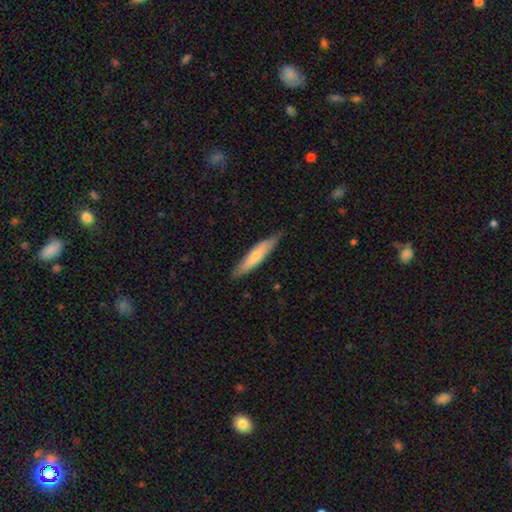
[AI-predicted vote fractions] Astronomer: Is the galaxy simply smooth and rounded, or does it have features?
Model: smooth — 63%.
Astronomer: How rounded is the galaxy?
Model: cigar-shaped — 86%.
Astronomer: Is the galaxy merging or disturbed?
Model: none — 82%.